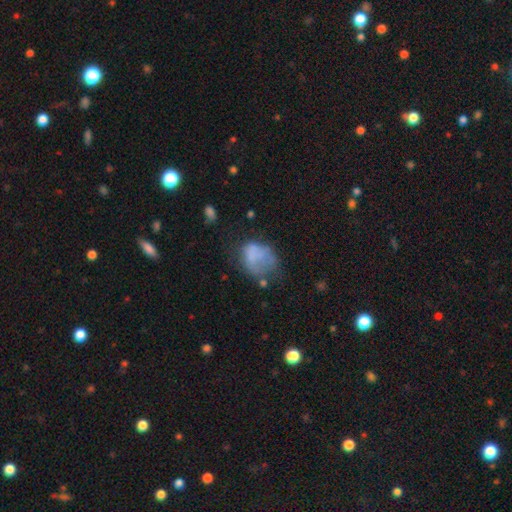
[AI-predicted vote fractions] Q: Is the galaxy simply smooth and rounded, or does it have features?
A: smooth — 59%.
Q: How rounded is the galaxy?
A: in between — 53%.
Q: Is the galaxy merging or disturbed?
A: major disturbance — 35%.